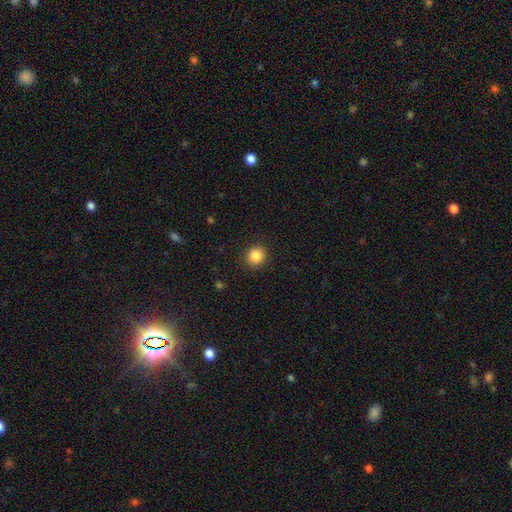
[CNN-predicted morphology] This appears to be a smooth galaxy with no disk features (86%) that is round (86%). Merging: none (90%).